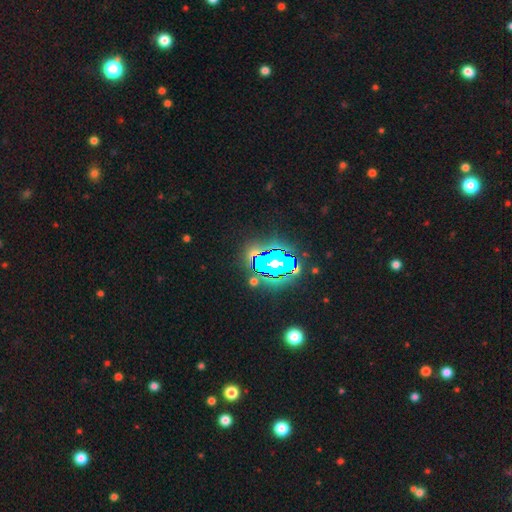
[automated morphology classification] Overall: star or artifact (64%).